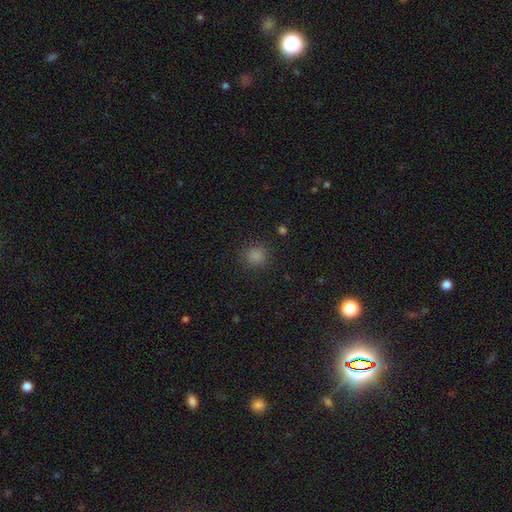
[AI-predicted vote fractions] Smooth or featured? Predicted: smooth (p=0.84). How rounded? Predicted: round (p=0.89). Merging? Predicted: none (p=0.87).